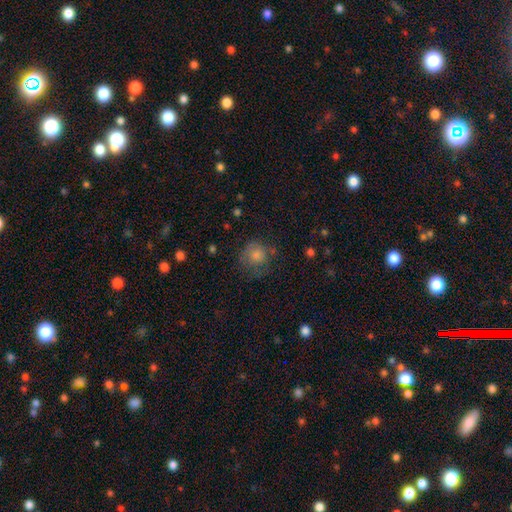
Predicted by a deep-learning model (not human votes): smooth_or_featured: smooth (p=0.69) [alt: featured or disk p=0.17]
how_rounded: round (p=0.85) [alt: in between p=0.14]
merging: none (p=0.64) [alt: minor disturbance p=0.21]